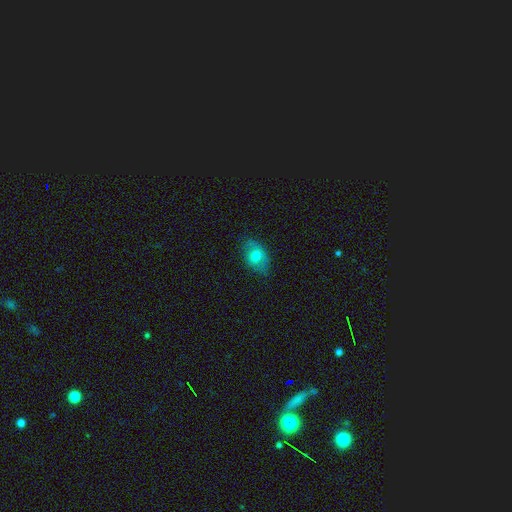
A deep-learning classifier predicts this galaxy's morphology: smooth 67%, featured or disk 25%, star or artifact 9%. Down the decision tree: how rounded — in between (81%); merging — none (75%).